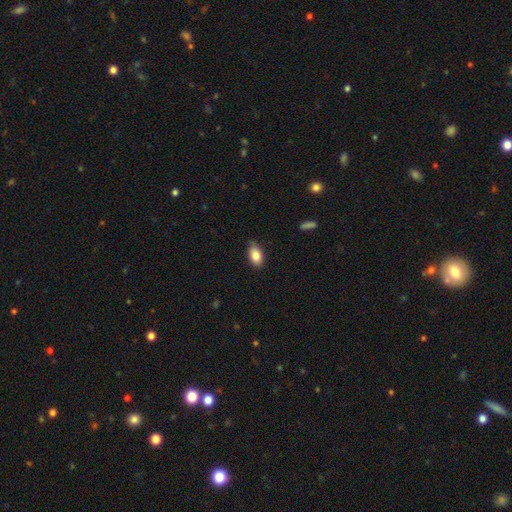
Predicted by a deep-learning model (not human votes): This appears to be a smooth galaxy with no disk features (83%) that is in between round and cigar-shaped (91%). Merging: none (77%).